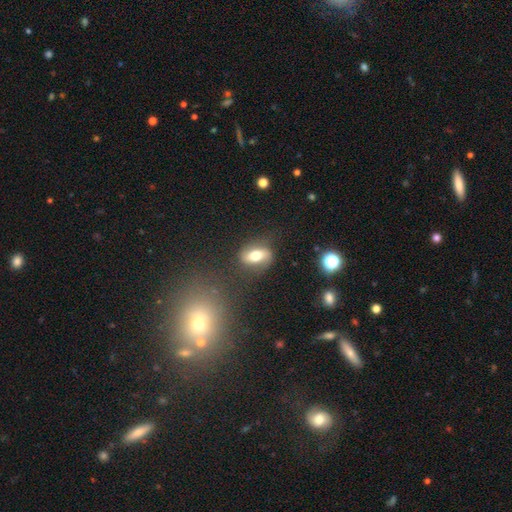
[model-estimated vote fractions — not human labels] smooth-or-featured: smooth: 51% | featured or disk: 40% | star or artifact: 9%
  how-rounded: in between: 77% | round: 18% | cigar-shaped: 5%
  merging: none: 73% | minor disturbance: 17% | major disturbance: 7% | merger: 3%